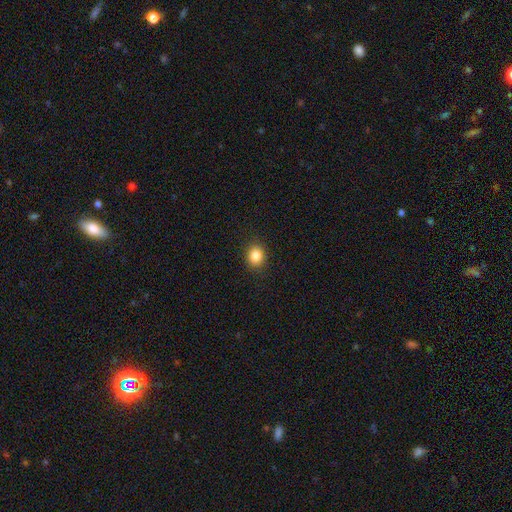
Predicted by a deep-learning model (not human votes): This appears to be a smooth galaxy with no disk features (85%) that is round (68%). Merging: none (90%).